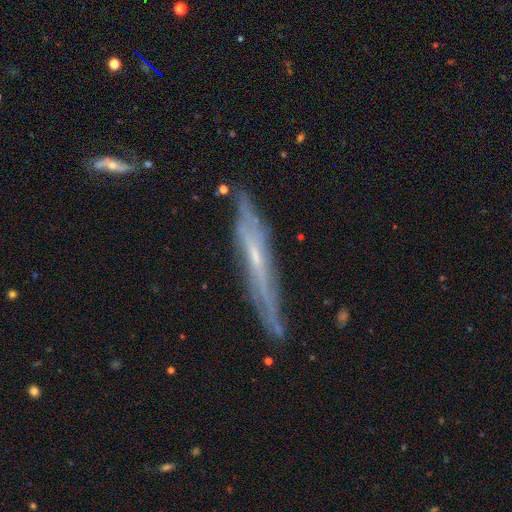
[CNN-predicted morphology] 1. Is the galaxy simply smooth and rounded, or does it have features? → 68% featured or disk, 23% smooth, 8% star or artifact.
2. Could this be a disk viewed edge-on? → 82% yes, 18% no.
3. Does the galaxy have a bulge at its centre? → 55% none, 40% rounded, 6% boxy.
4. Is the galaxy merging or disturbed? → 76% none, 18% minor disturbance, 4% major disturbance, 2% merger.